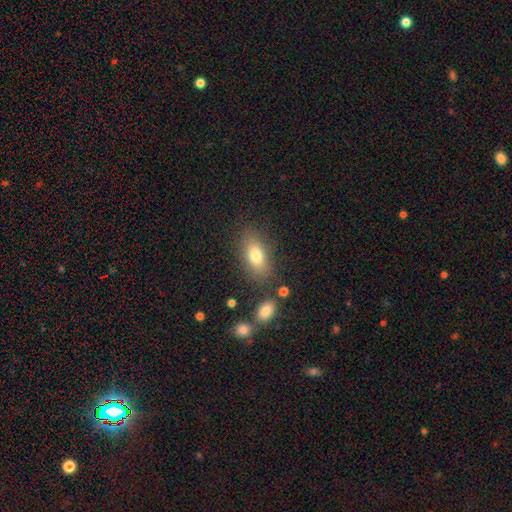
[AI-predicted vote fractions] smooth_or_featured: smooth (p=0.76) [alt: featured or disk p=0.14]
how_rounded: in between (p=0.83) [alt: round p=0.10]
merging: none (p=0.78) [alt: minor disturbance p=0.13]